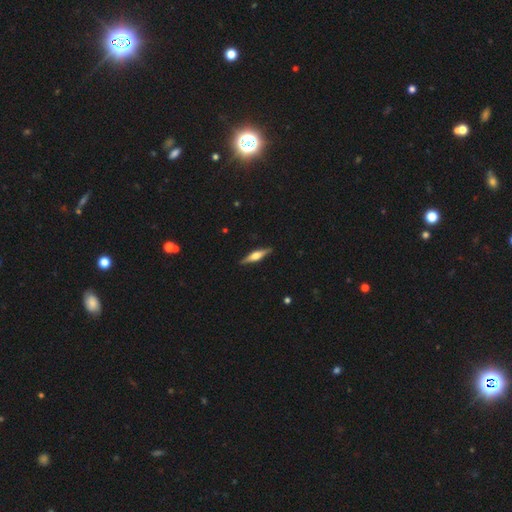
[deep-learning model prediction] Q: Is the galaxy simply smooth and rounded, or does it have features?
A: featured or disk — 65%.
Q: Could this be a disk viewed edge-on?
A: yes — 97%.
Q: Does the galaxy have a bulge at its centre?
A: rounded — 87%.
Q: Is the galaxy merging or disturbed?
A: none — 90%.